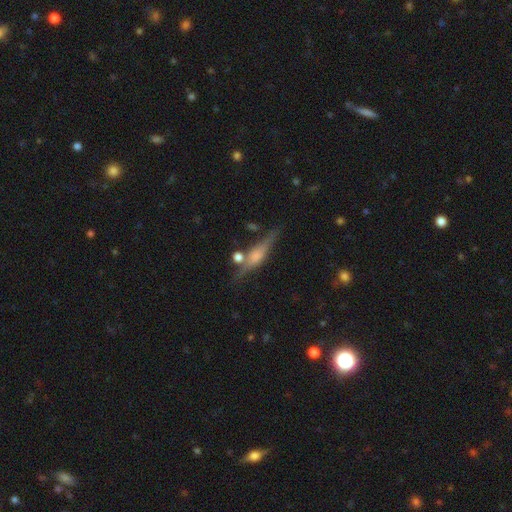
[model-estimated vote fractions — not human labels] Smooth or featured?
  - featured or disk: 65% *
  - smooth: 27%
  - star or artifact: 8%
Edge-on disk?
  - yes: 95% *
  - no: 5%
Edge-on bulge?
  - rounded: 73% *
  - boxy: 19%
  - none: 9%
Merging?
  - none: 73% *
  - minor disturbance: 13%
  - merger: 9%
  - major disturbance: 4%